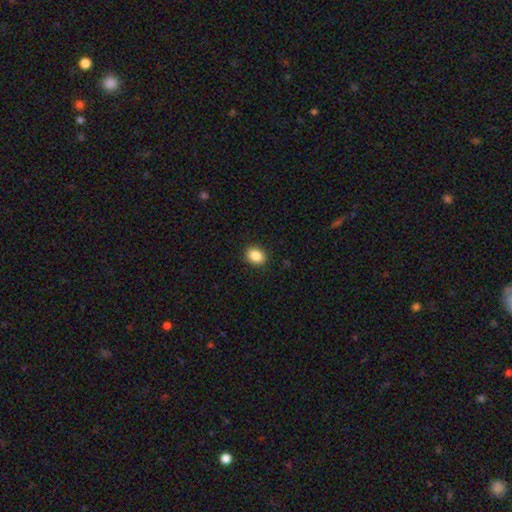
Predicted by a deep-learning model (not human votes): This appears to be a smooth galaxy with no disk features (87%) that is in between round and cigar-shaped (55%). Merging: none (90%).